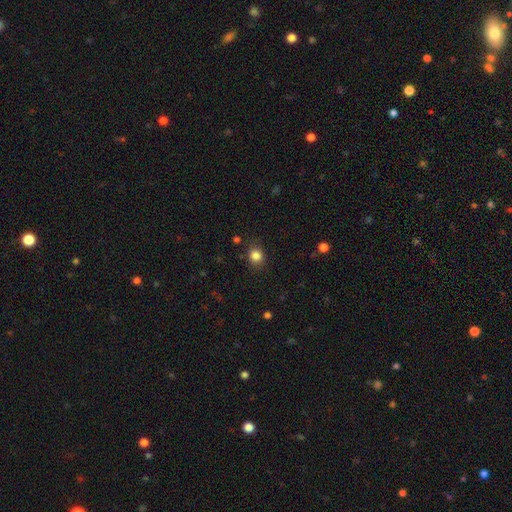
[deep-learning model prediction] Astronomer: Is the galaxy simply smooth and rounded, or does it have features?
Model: smooth — 84%.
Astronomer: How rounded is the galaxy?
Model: round — 71%.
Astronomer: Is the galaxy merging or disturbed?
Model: none — 83%.